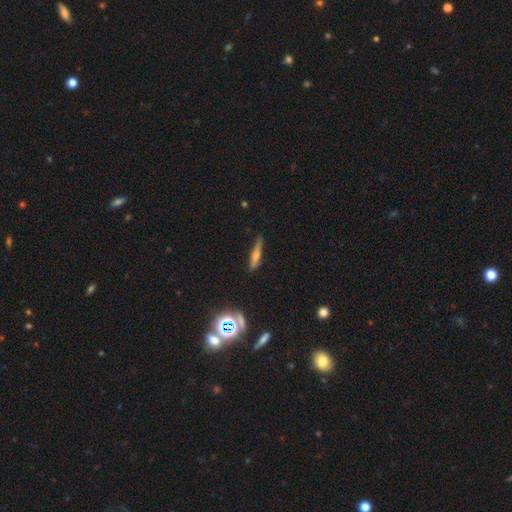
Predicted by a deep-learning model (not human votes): Smooth or featured?
  - featured or disk: 46% *
  - smooth: 41%
  - star or artifact: 13%
Merging?
  - none: 82% *
  - minor disturbance: 14%
  - major disturbance: 3%
  - merger: 2%